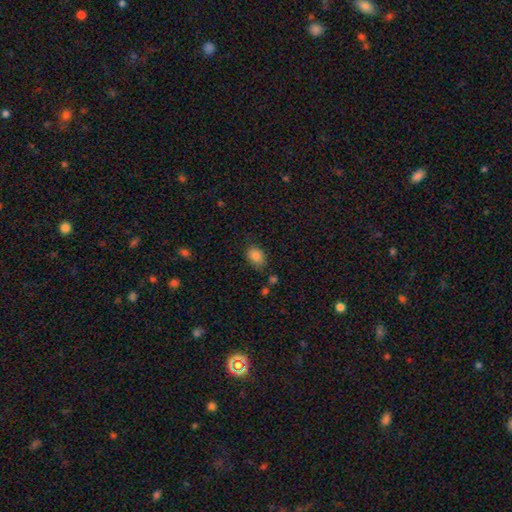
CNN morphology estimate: Overall: smooth (82%). How rounded: in between (64%; round 34%). Merging: none (73%).